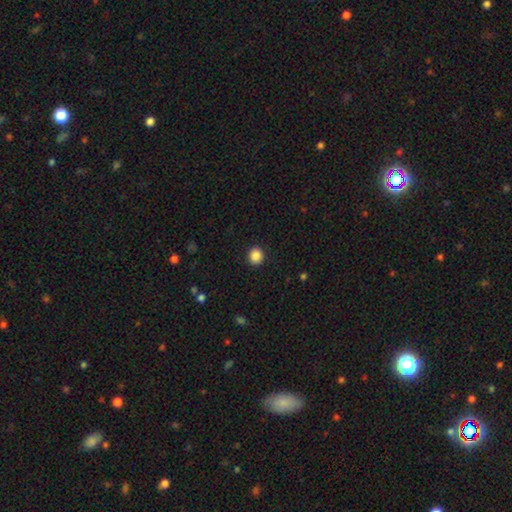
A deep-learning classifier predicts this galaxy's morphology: The model was most divided on "how rounded": round: 78%, in between: 21%, cigar-shaped: 1%. More confident: merging — none (91%); smooth or featured — smooth (88%).